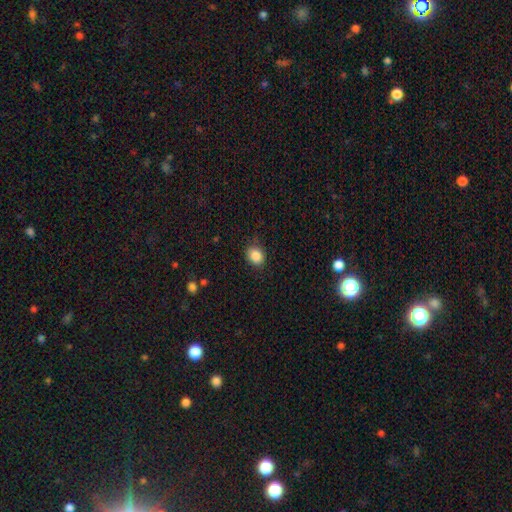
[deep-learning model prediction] Q: Smooth or featured?
A: smooth (86%); runner-up: star or artifact (10%)
Q: How rounded?
A: round (61%); runner-up: in between (38%)
Q: Merging?
A: none (83%); runner-up: minor disturbance (13%)